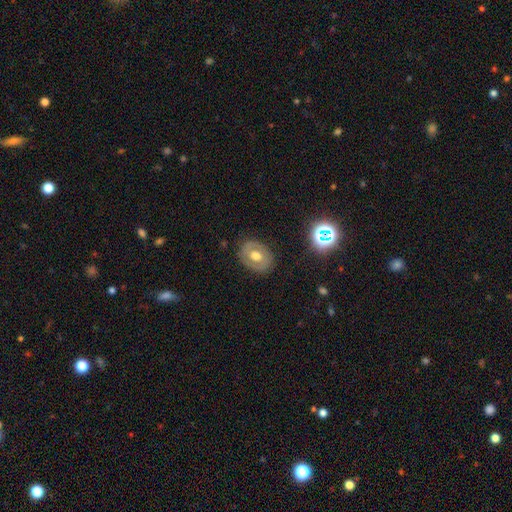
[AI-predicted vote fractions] The model was most divided on "smooth or featured" (2-way tie): featured or disk: 45%, smooth: 45%, star or artifact: 10%. More confident: merging — none (84%).